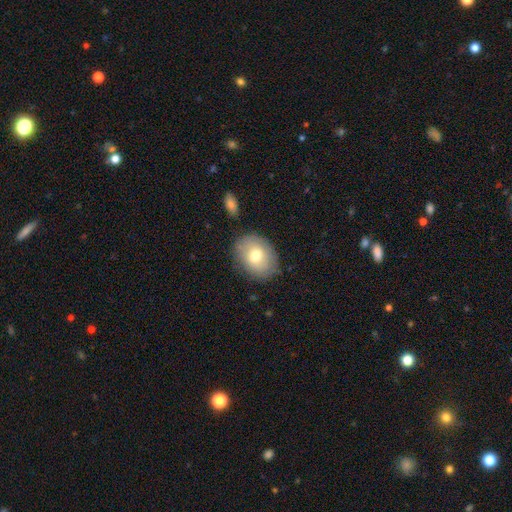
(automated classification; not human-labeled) Q: Smooth or featured?
A: smooth (72%); runner-up: featured or disk (20%)
Q: How rounded?
A: in between (64%); runner-up: round (35%)
Q: Merging?
A: none (80%); runner-up: minor disturbance (14%)